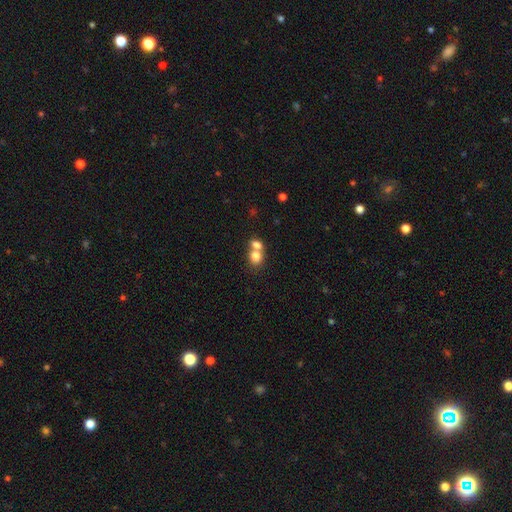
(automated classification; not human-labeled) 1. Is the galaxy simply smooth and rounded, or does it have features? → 77% smooth, 13% featured or disk, 10% star or artifact.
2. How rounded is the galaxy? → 61% round, 38% in between, 1% cigar-shaped.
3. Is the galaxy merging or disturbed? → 64% merger, 28% none, 5% minor disturbance, 3% major disturbance.